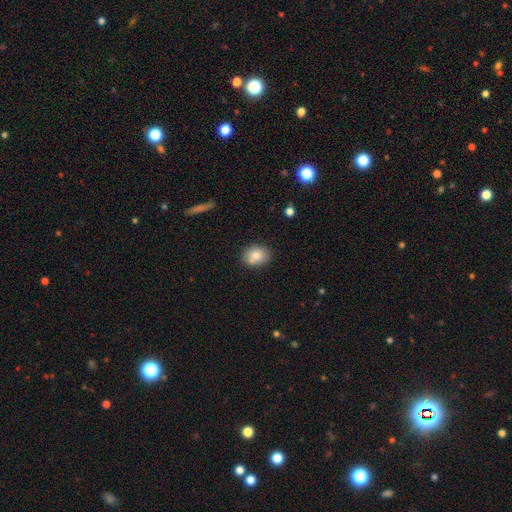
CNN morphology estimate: A smooth galaxy with no disk features (82%) that is in between round and cigar-shaped (51%).

Vote fractions:
- Smooth or featured? smooth: 82% / featured or disk: 10% / star or artifact: 9%
- How rounded? in between: 51% / round: 48% / cigar-shaped: 1%
- Merging? none: 75% / minor disturbance: 14% / merger: 8% / major disturbance: 3%